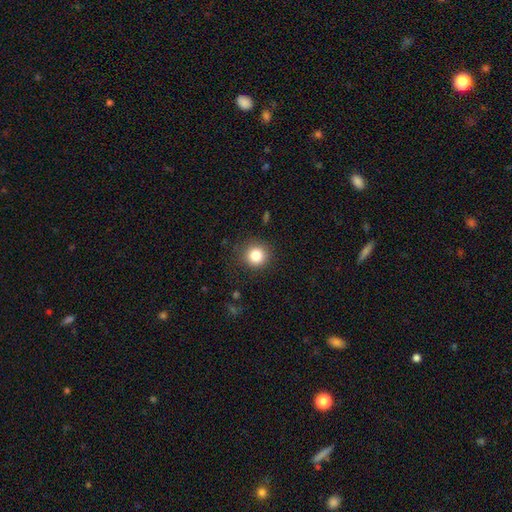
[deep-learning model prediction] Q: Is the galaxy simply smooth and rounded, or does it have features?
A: smooth — 83%.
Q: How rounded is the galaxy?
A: round — 93%.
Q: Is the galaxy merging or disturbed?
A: none — 88%.